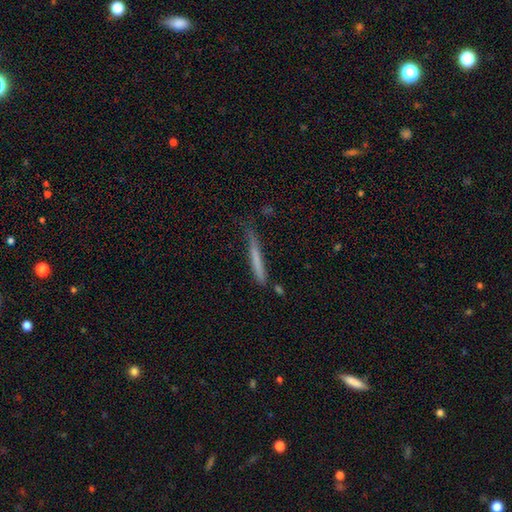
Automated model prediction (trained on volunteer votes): Smooth or featured? Predicted: smooth (p=0.60). How rounded? Predicted: cigar-shaped (p=0.96). Merging? Predicted: none (p=0.69).